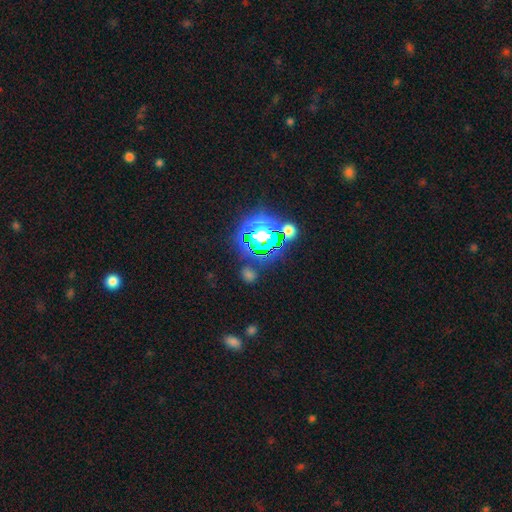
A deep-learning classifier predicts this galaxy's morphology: Smooth or featured? Predicted: star or artifact (p=0.83).